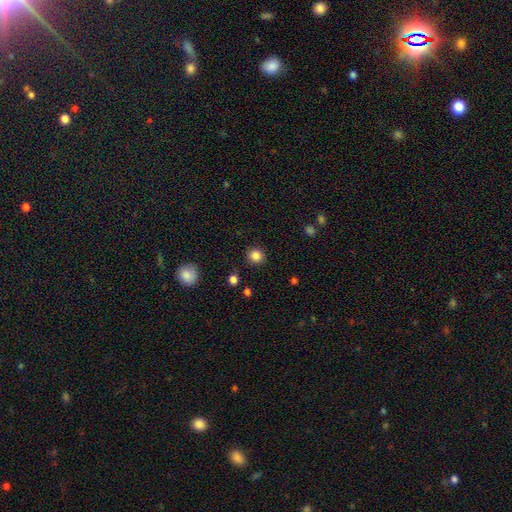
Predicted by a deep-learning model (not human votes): Smooth or featured?
  - smooth: 85% *
  - star or artifact: 11%
  - featured or disk: 4%
How rounded?
  - round: 91% *
  - in between: 8%
  - cigar-shaped: 1%
Merging?
  - none: 89% *
  - minor disturbance: 7%
  - major disturbance: 2%
  - merger: 1%